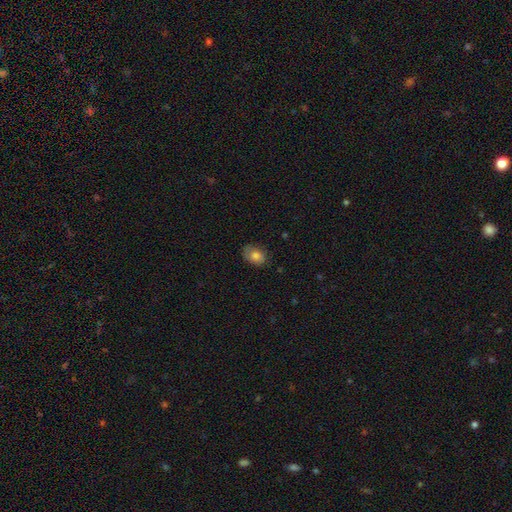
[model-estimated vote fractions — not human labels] The model was most divided on "how rounded": in between: 68%, round: 31%, cigar-shaped: 1%. More confident: smooth or featured — smooth (76%); merging — none (72%).